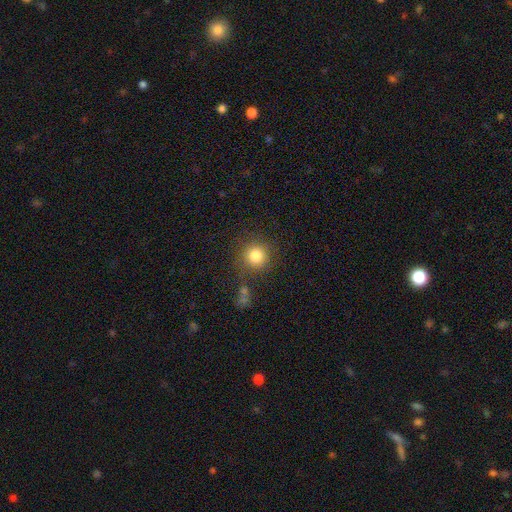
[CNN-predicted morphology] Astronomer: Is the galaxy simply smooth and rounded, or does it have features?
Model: smooth — 82%.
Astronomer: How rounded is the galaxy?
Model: round — 94%.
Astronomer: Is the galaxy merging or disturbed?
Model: none — 81%.